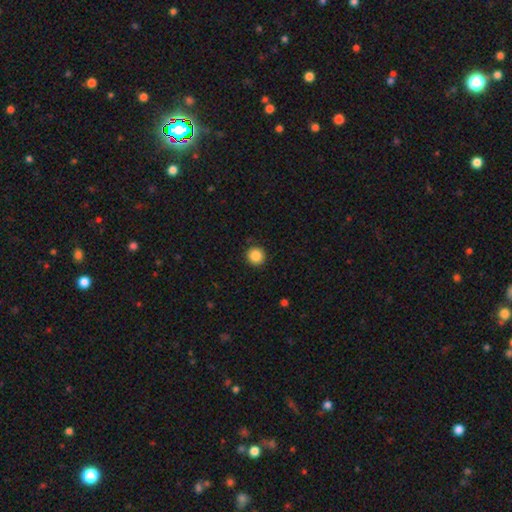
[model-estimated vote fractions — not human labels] Smooth or featured? Predicted: smooth (p=0.88). How rounded? Predicted: round (p=0.94). Merging? Predicted: none (p=0.90).